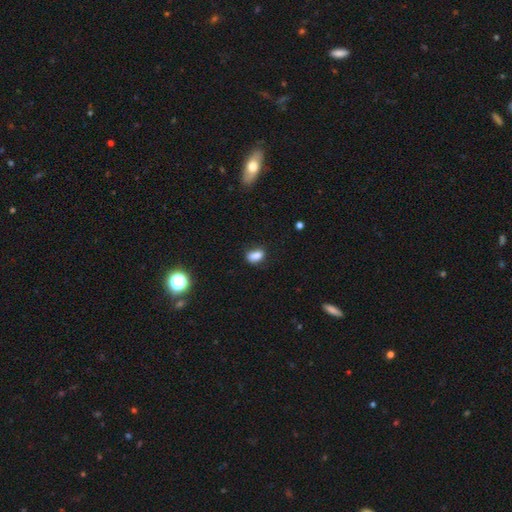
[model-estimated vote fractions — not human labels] Q: Smooth or featured?
A: smooth (82%); runner-up: star or artifact (11%)
Q: How rounded?
A: in between (81%); runner-up: round (15%)
Q: Merging?
A: none (59%); runner-up: minor disturbance (27%)